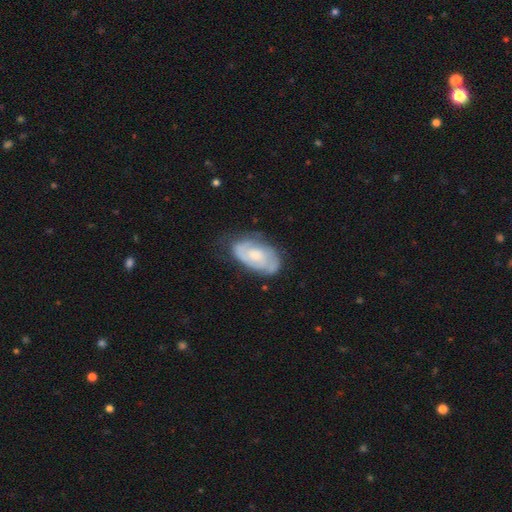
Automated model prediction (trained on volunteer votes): smooth-or-featured: featured or disk: 66% | smooth: 28% | star or artifact: 6%
  disk-edge-on: no: 95% | yes: 5%
    bar: no: 70% | weak: 26% | strong: 4%
    has-spiral-arms: yes: 81% | no: 19%
      spiral-winding: tight: 52% | medium: 36% | loose: 12%
      spiral-arm-count: 2: 46% | can't tell: 34% | 1: 8% | 3: 7% | 4: 2% | more than 4: 2%
    bulge-size: moderate: 49% | small: 33% | large: 10% | none: 8% | dominant: 1%
  merging: none: 63% | minor disturbance: 26% | major disturbance: 9% | merger: 2%